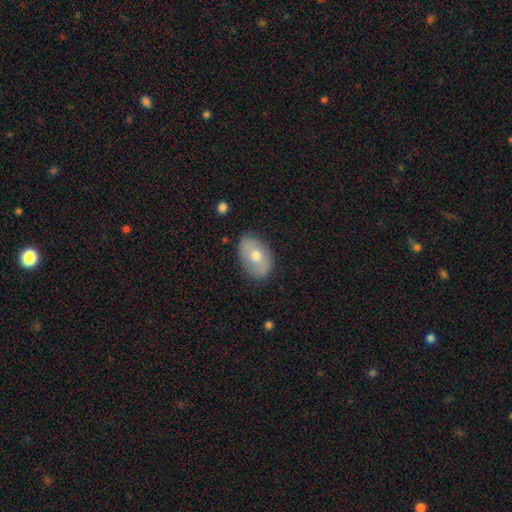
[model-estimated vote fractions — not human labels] The model was most divided on "smooth or featured": smooth: 63%, featured or disk: 30%, star or artifact: 7%. More confident: how rounded — in between (86%); merging — none (81%).